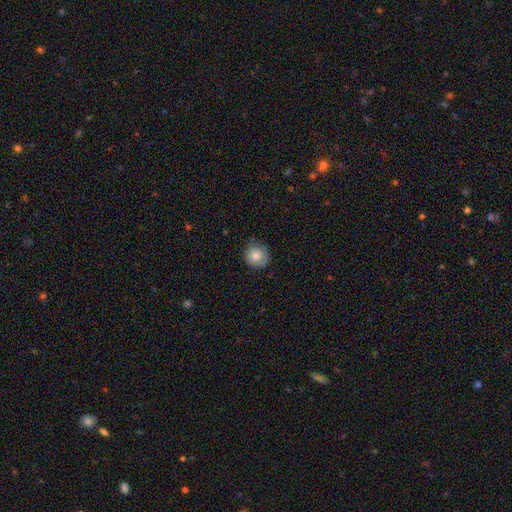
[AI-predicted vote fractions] Q: Smooth or featured?
A: smooth (80%); runner-up: featured or disk (11%)
Q: How rounded?
A: round (90%); runner-up: in between (9%)
Q: Merging?
A: none (81%); runner-up: minor disturbance (15%)